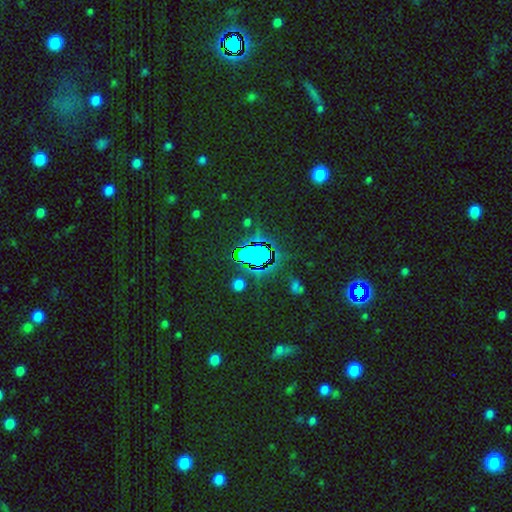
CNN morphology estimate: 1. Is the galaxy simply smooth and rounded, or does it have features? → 74% star or artifact, 17% smooth, 9% featured or disk.